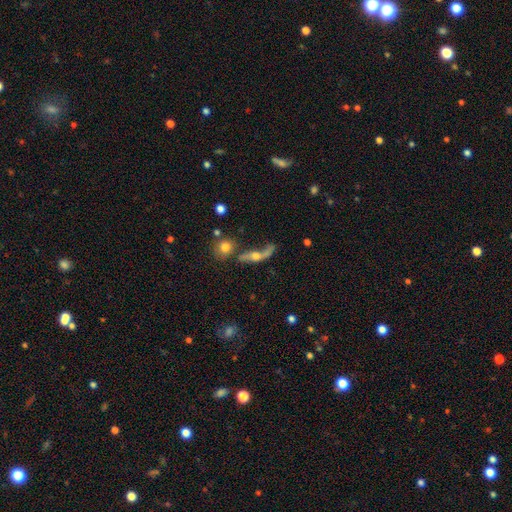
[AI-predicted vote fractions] featured or disk 61%, smooth 28%, star or artifact 11%. Down the decision tree: edge-on disk — no (62%); merging — none (39%).